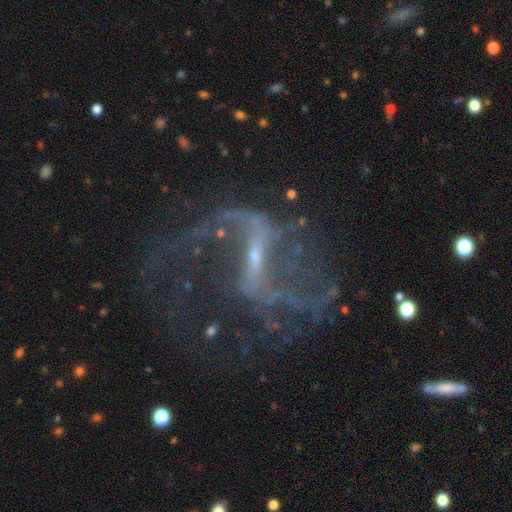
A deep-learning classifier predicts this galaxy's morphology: This is clearly a featured or disk galaxy (83%). It is clearly not viewed edge-on (93%). Bar: possibly strong (48%). Spiral arm pattern: clearly yes (83%). Spiral arm count: likely 2 (78%). Spiral winding: clearly loose (82%). Central bulge: likely small (69%). Merging: marginally none (41%).